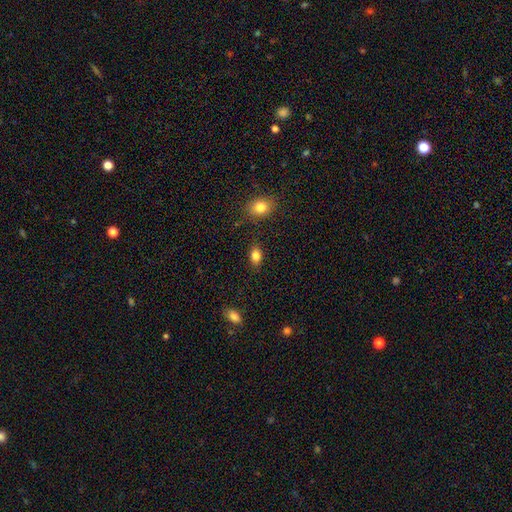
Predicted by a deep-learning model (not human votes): This appears to be a smooth galaxy with no disk features (83%) that is in between round and cigar-shaped (79%). Merging: none (85%).